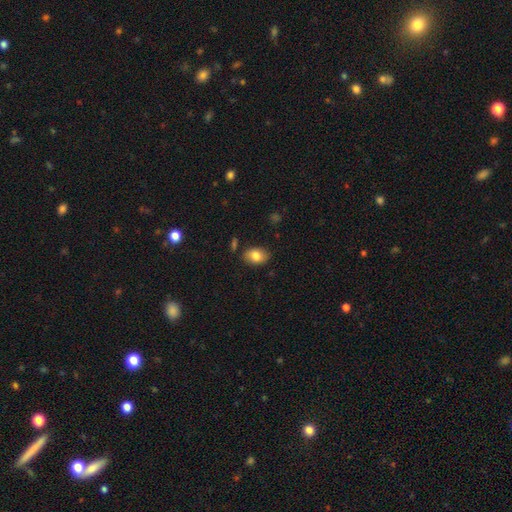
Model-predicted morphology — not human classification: type=smooth (82%); roundness=in between (79%); merging=none (84%).